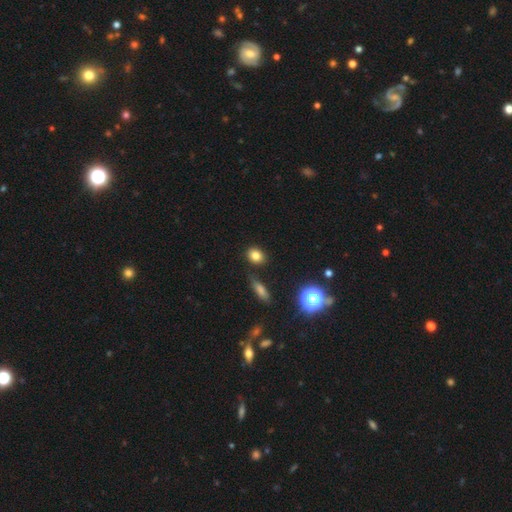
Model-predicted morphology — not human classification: type=smooth (80%); roundness=round (53%); merging=none (81%).